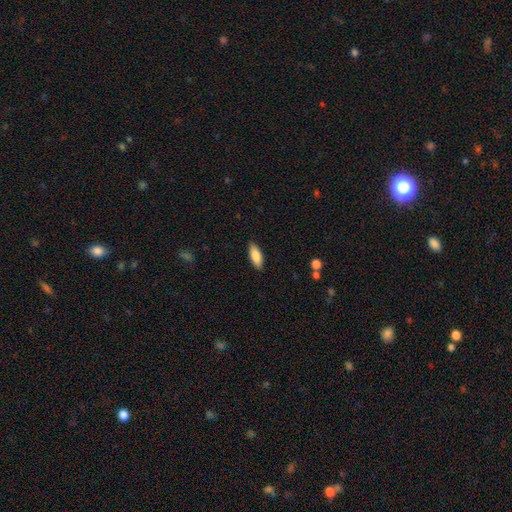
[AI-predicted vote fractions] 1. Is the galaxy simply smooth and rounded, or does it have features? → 83% smooth, 11% featured or disk, 6% star or artifact.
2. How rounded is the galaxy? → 73% in between, 26% cigar-shaped, 2% round.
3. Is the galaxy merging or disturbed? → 88% none, 9% minor disturbance, 2% major disturbance, 1% merger.